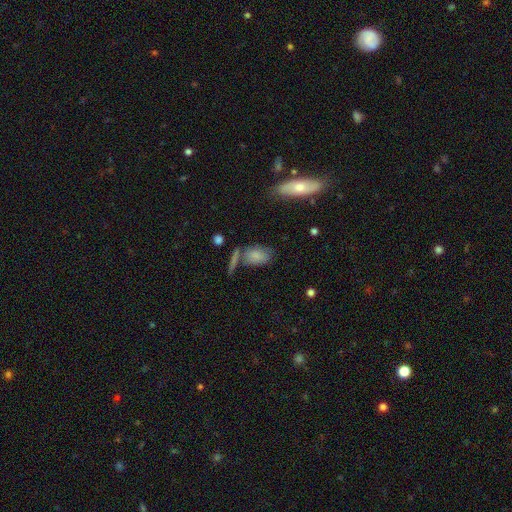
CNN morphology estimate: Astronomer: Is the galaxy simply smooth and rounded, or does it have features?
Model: smooth — 80%.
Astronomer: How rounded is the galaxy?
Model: in between — 88%.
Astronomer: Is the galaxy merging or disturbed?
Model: none — 51%.